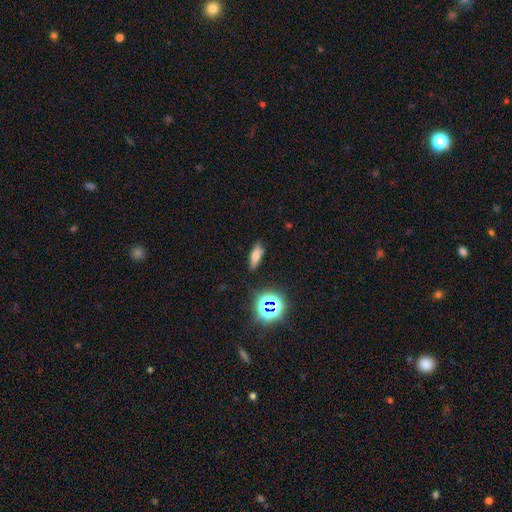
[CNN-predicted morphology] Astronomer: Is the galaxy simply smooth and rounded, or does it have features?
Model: smooth — 66%.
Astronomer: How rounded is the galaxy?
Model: in between — 60%.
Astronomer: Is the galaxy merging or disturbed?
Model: none — 82%.